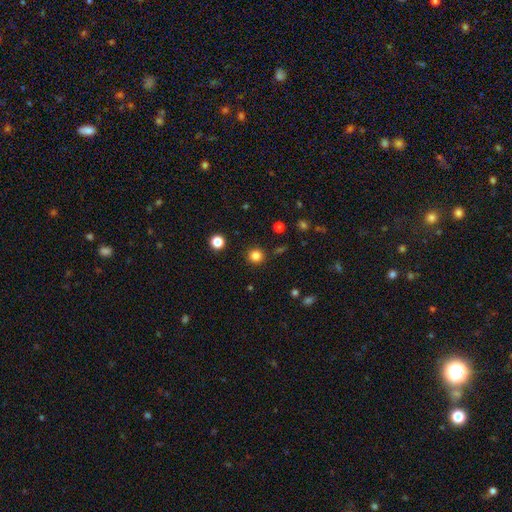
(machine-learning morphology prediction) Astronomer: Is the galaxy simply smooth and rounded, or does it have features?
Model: smooth — 83%.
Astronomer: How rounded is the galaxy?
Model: round — 94%.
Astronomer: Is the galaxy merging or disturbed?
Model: none — 90%.